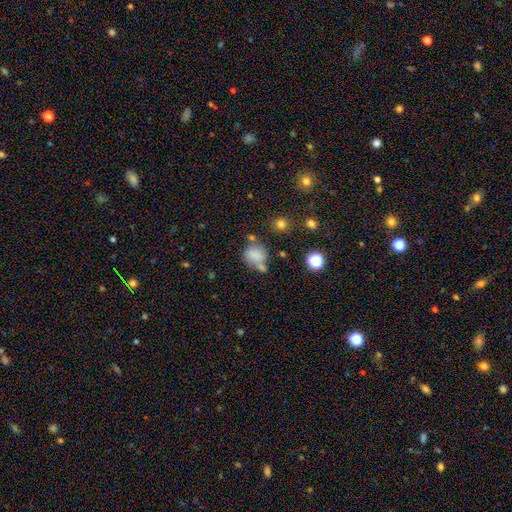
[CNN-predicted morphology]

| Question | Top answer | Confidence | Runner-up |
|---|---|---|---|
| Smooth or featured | smooth | 73% | featured or disk (14%) |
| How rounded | round | 63% | in between (36%) |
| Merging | none | 40% | merger (26%) |